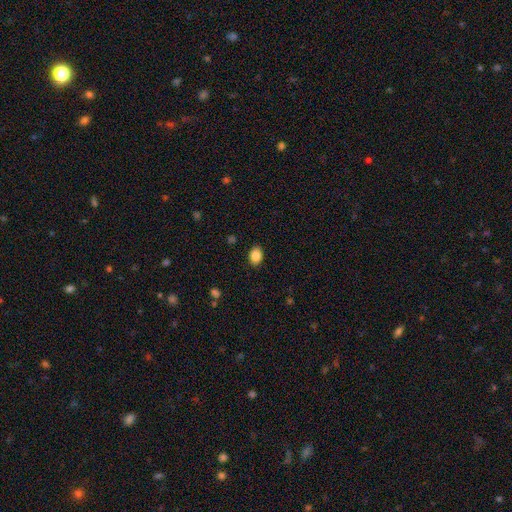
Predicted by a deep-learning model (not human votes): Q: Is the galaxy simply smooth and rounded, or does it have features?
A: smooth — 87%.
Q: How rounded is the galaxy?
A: in between — 74%.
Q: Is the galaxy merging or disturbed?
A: none — 89%.